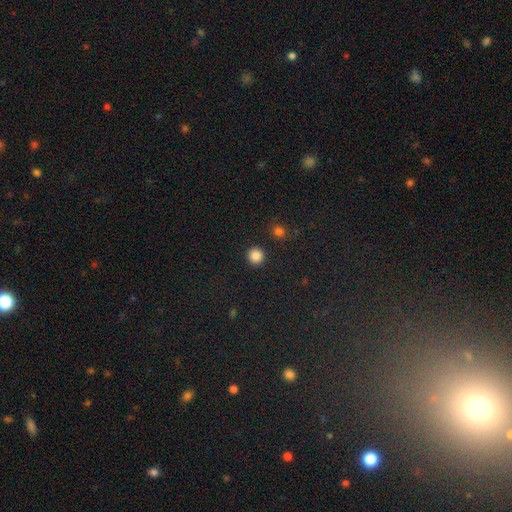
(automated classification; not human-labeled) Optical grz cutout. It shows a smooth galaxy with no disk features (86%) that is round (95%). Merging: none (91%).